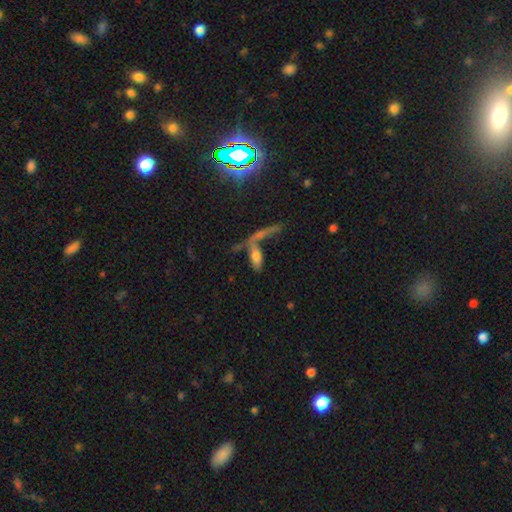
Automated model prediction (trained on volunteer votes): Smooth or featured: smooth — 65% (featured or disk — 23%)
How rounded: in between — 66% (cigar-shaped — 30%)
Merging: merger — 44% (none — 32%)